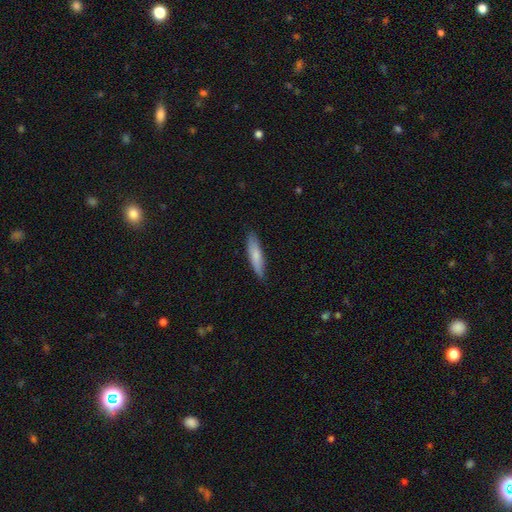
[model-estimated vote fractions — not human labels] Smooth or featured? Predicted: smooth (p=0.74). How rounded? Predicted: cigar-shaped (p=0.79). Merging? Predicted: none (p=0.83).